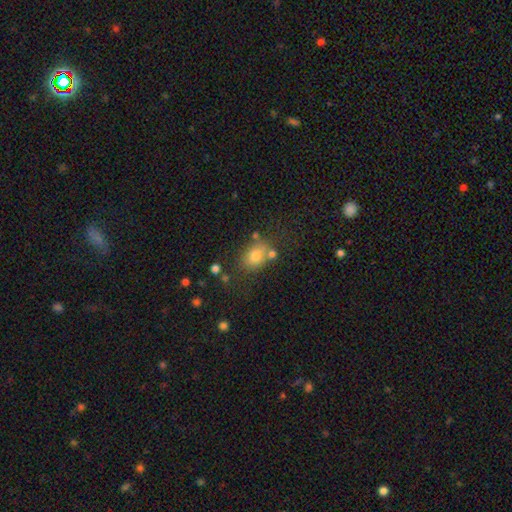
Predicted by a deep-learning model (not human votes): This appears to be a smooth galaxy with no disk features (75%) that is in between round and cigar-shaped (57%). Merging: none (65%).